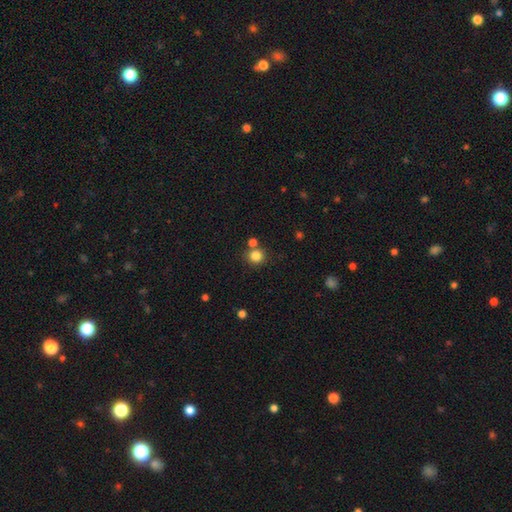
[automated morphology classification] Smooth or featured? smooth (83%)
How rounded? round (90%)
Merging? none (73%)